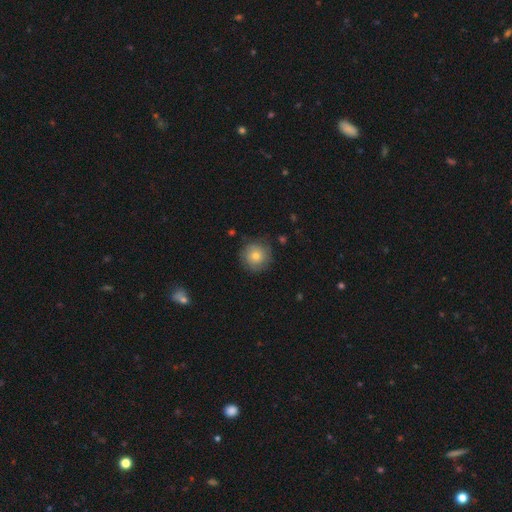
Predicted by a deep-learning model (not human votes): smooth-or-featured: smooth: 70% | featured or disk: 21% | star or artifact: 9%
  how-rounded: round: 94% | in between: 5% | cigar-shaped: 1%
  merging: none: 80% | minor disturbance: 14% | major disturbance: 4% | merger: 1%